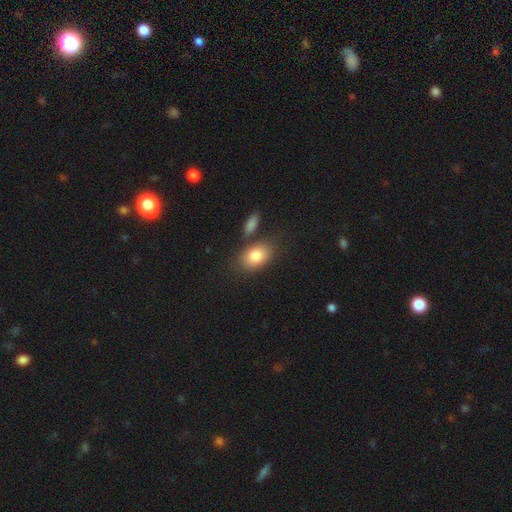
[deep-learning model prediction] Q: Smooth or featured?
A: smooth (83%); runner-up: featured or disk (10%)
Q: How rounded?
A: in between (84%); runner-up: round (14%)
Q: Merging?
A: none (67%); runner-up: merger (15%)